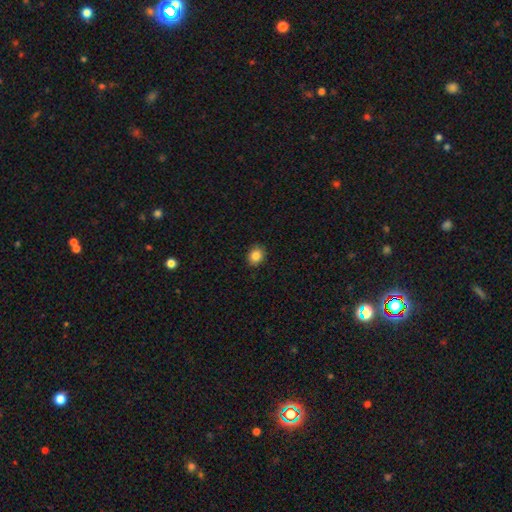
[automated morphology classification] Q: Smooth or featured?
A: smooth (84%); runner-up: star or artifact (10%)
Q: How rounded?
A: round (59%); runner-up: in between (40%)
Q: Merging?
A: none (90%); runner-up: minor disturbance (8%)